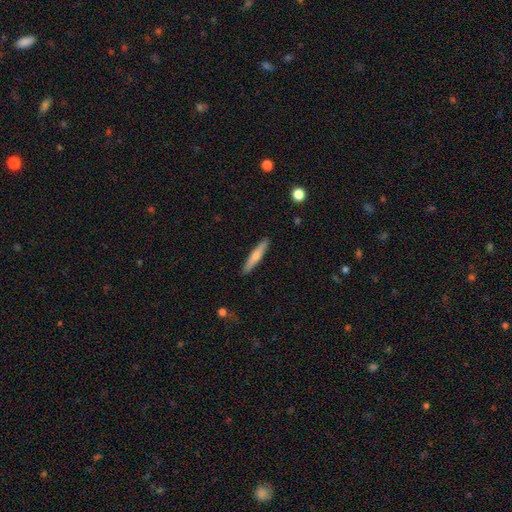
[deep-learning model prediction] A smooth galaxy with no disk features (64%) that is cigar-shaped (91%).

Vote fractions:
- Smooth or featured? smooth: 64% / featured or disk: 31% / star or artifact: 6%
- How rounded? cigar-shaped: 91% / in between: 8% / round: 1%
- Merging? none: 90% / minor disturbance: 7% / major disturbance: 2% / merger: 1%